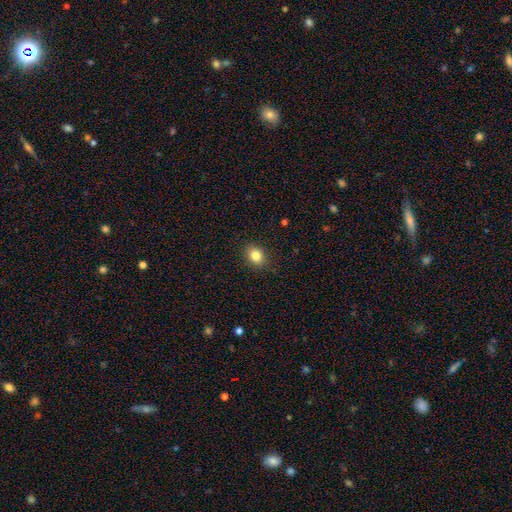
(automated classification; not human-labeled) Smooth or featured? Predicted: smooth (p=0.83). How rounded? Predicted: in between (p=0.52). Merging? Predicted: none (p=0.89).